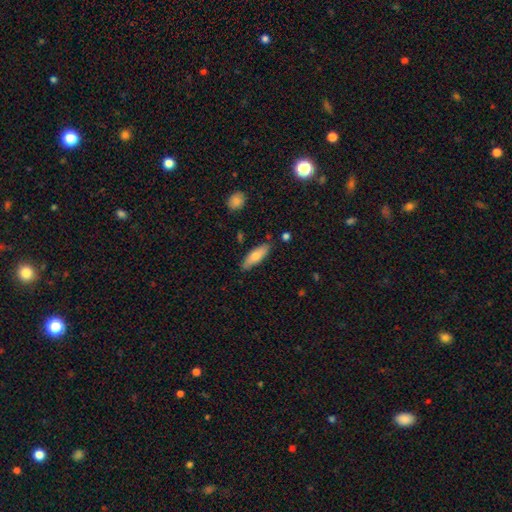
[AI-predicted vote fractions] Smooth or featured? Predicted: smooth (p=0.74). How rounded? Predicted: in between (p=0.52). Merging? Predicted: none (p=0.83).